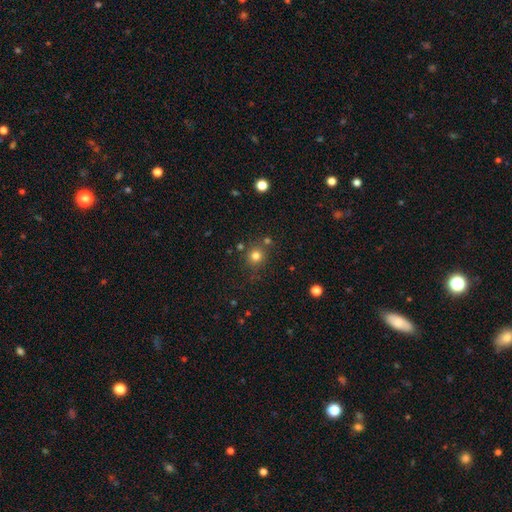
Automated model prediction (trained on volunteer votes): Smooth or featured: smooth — 78% (star or artifact — 15%)
How rounded: round — 89% (in between — 10%)
Merging: none — 77% (minor disturbance — 10%)